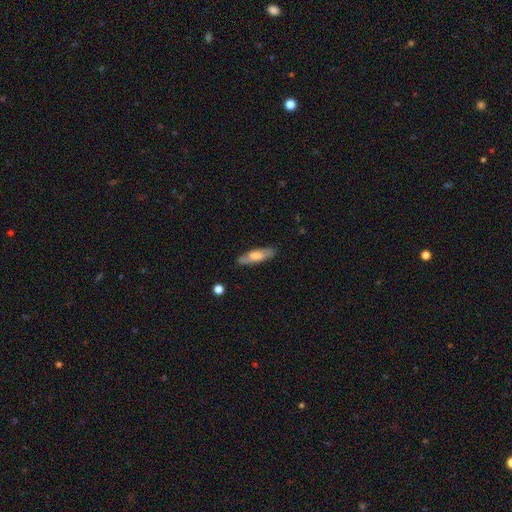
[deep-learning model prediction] Smooth or featured?
  - smooth: 55% *
  - featured or disk: 39%
  - star or artifact: 6%
How rounded?
  - cigar-shaped: 53% *
  - in between: 45%
  - round: 2%
Merging?
  - none: 82% *
  - minor disturbance: 14%
  - major disturbance: 3%
  - merger: 2%